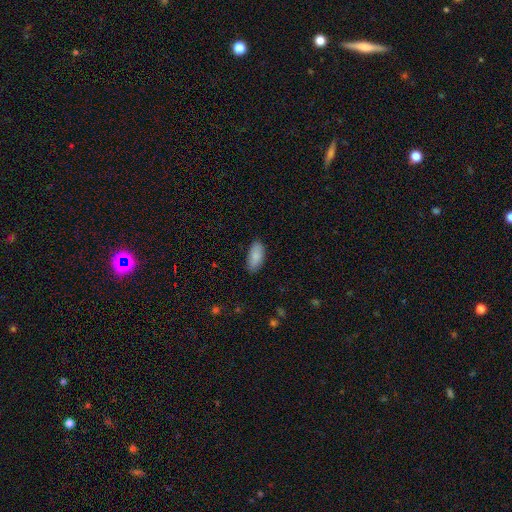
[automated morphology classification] smooth_or_featured: smooth (p=0.88) [alt: featured or disk p=0.06]
how_rounded: in between (p=0.90) [alt: cigar-shaped p=0.08]
merging: none (p=0.86) [alt: minor disturbance p=0.11]